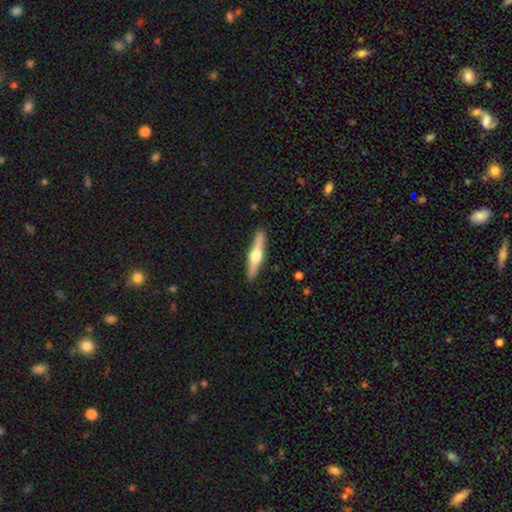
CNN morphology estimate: This appears to be a featured or disk galaxy (69%) viewed edge-on (97%) with a rounded central bulge (95%). Merging: none (91%).